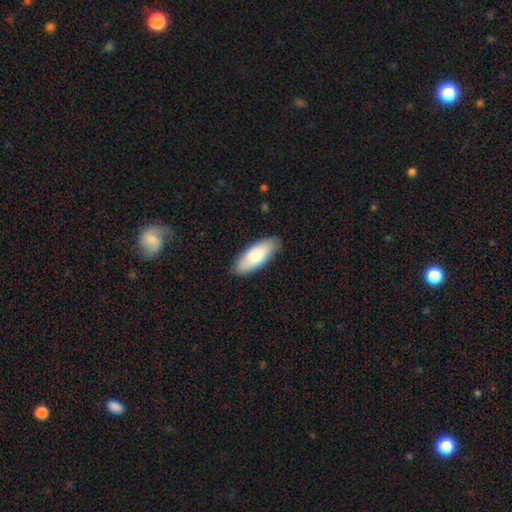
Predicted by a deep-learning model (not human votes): Smooth or featured? Predicted: smooth (p=0.84). How rounded? Predicted: in between (p=0.77). Merging? Predicted: none (p=0.85).